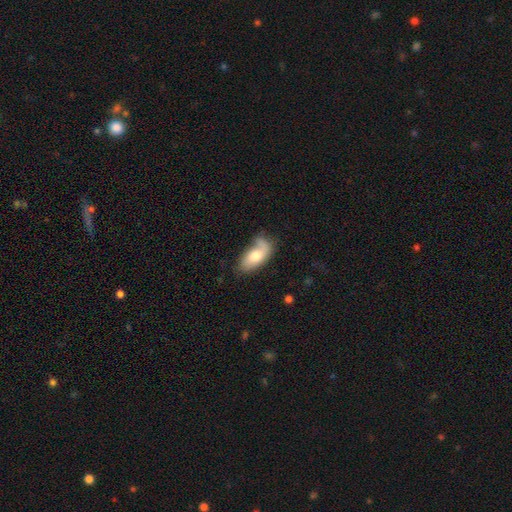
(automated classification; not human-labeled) This is likely a smooth galaxy (66%). How rounded: clearly in between (91%). Merging: marginally none (45%).